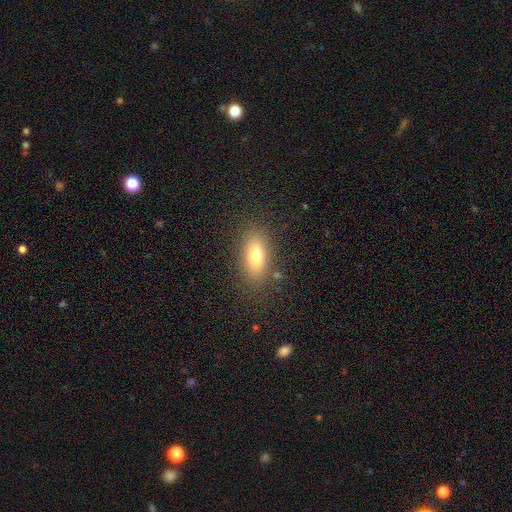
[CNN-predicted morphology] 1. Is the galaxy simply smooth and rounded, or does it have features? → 74% smooth, 16% featured or disk, 10% star or artifact.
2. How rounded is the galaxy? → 83% in between, 11% cigar-shaped, 7% round.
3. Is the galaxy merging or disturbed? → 83% none, 11% minor disturbance, 4% major disturbance, 2% merger.